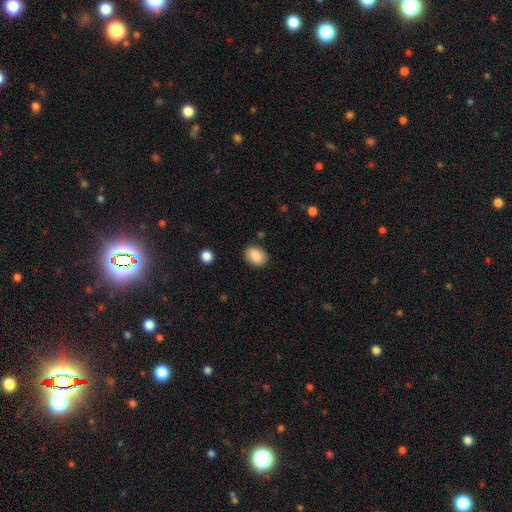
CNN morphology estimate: This is clearly a smooth galaxy (85%). How rounded: likely in between (65%). Merging: clearly none (85%).